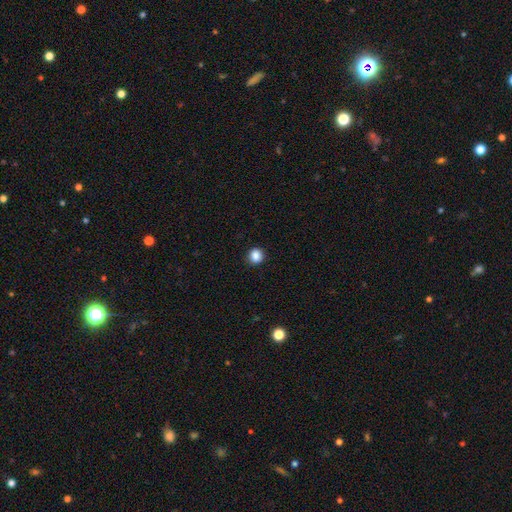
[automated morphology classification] smooth-or-featured: smooth: 87% | star or artifact: 10% | featured or disk: 3%
  how-rounded: round: 88% | in between: 11% | cigar-shaped: 1%
  merging: none: 91% | minor disturbance: 6% | major disturbance: 2% | merger: 1%